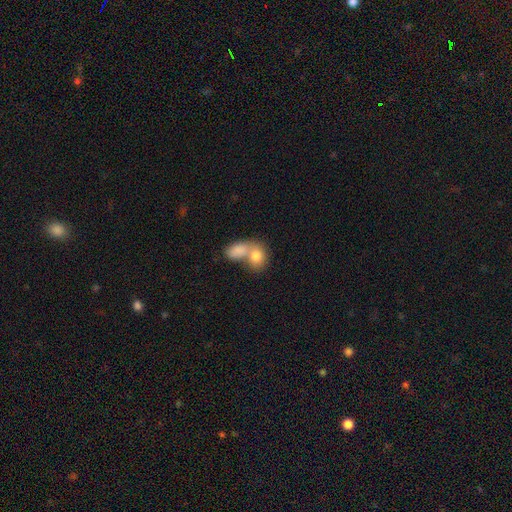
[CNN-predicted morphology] smooth 76%, featured or disk 14%, star or artifact 10%. Down the decision tree: how rounded — in between (51%); merging — merger (64%).